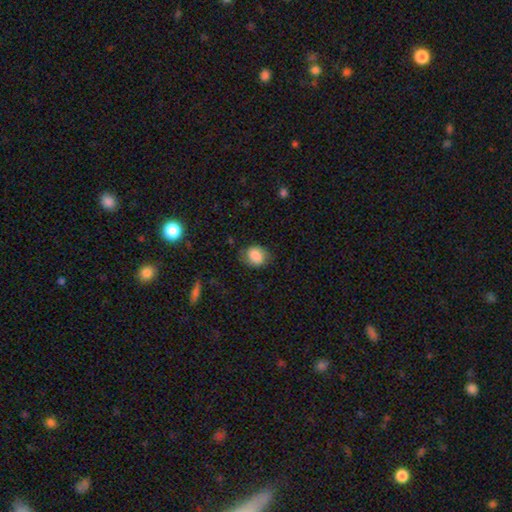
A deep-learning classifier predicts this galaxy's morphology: smooth-or-featured: smooth: 80% | featured or disk: 11% | star or artifact: 8%
  how-rounded: round: 50% | in between: 49% | cigar-shaped: 1%
  merging: none: 69% | minor disturbance: 22% | major disturbance: 7% | merger: 1%